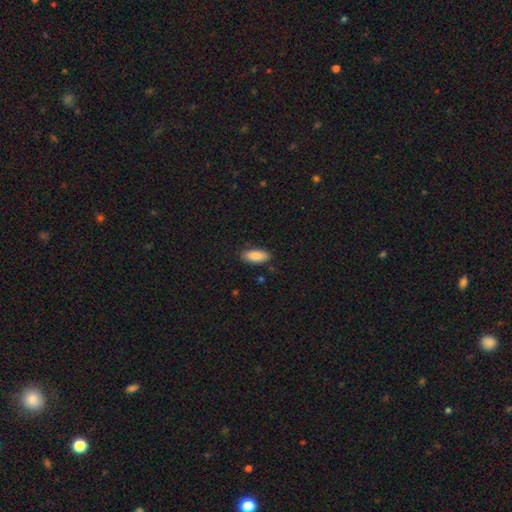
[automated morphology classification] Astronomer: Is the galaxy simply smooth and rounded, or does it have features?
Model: smooth — 85%.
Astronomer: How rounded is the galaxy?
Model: in between — 86%.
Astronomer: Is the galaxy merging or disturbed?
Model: none — 83%.